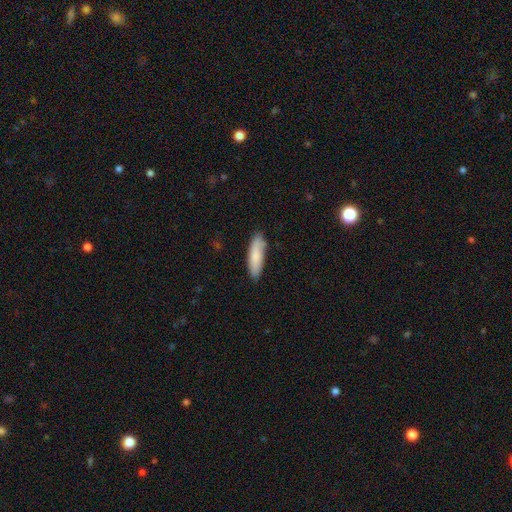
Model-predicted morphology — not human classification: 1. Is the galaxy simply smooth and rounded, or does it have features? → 83% smooth, 12% featured or disk, 6% star or artifact.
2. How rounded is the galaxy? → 60% cigar-shaped, 39% in between, 2% round.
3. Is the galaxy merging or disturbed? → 83% none, 14% minor disturbance, 2% major disturbance, 2% merger.